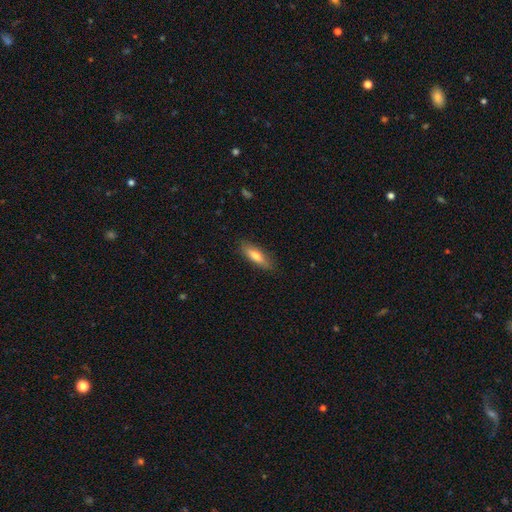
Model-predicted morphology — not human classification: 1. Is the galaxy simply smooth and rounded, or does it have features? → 73% smooth, 21% featured or disk, 6% star or artifact.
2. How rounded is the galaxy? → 53% cigar-shaped, 45% in between, 2% round.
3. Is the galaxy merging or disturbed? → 85% none, 11% minor disturbance, 2% major disturbance, 1% merger.